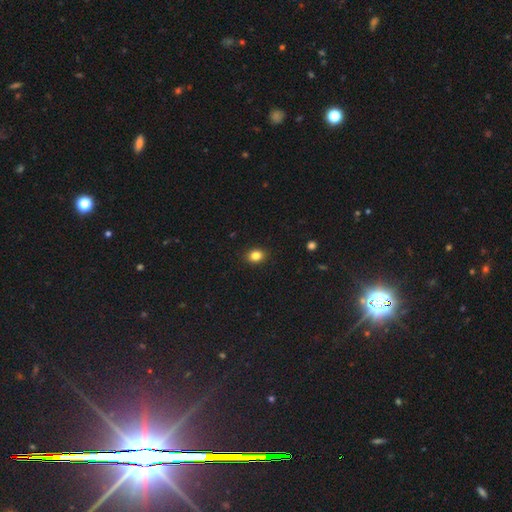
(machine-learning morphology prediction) This appears to be a smooth galaxy with no disk features (84%) that is round (52%). Merging: none (91%).